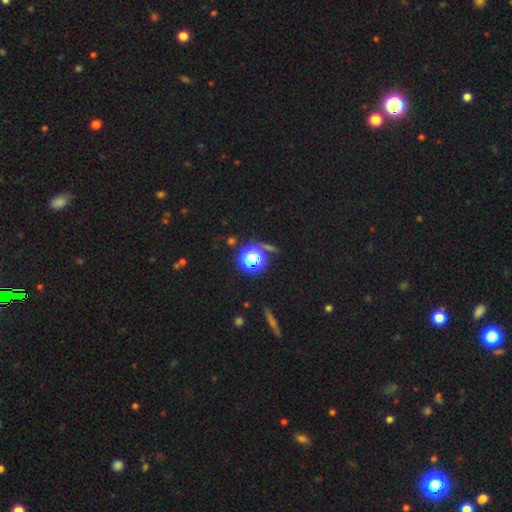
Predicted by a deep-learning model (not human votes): Overall: star or artifact (61%; smooth 31%).